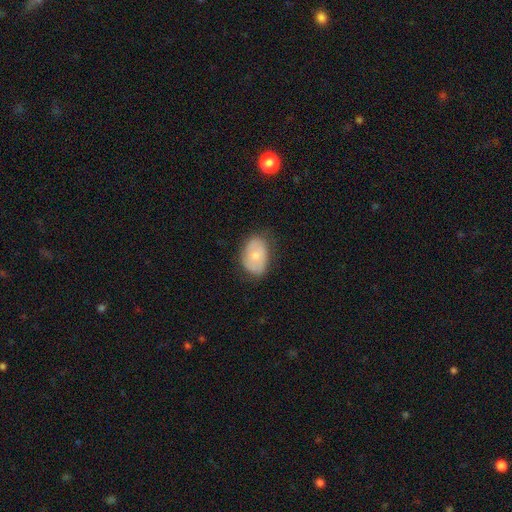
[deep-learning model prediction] Overall: smooth (65%; featured or disk 28%). How rounded: in between (83%). Merging: none (69%).